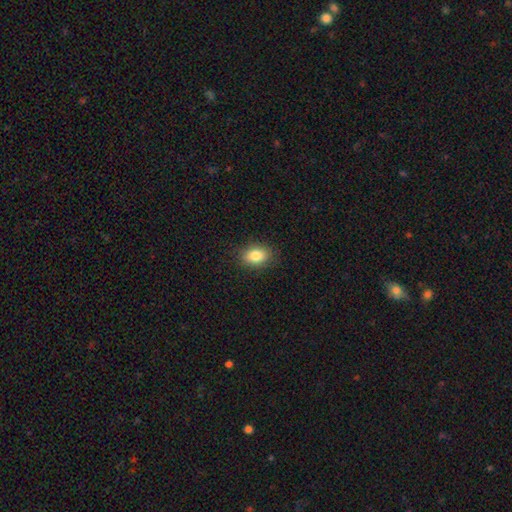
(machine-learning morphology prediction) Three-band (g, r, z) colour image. It shows a smooth galaxy with no disk features (84%) that is in between round and cigar-shaped (77%). Merging: none (87%).